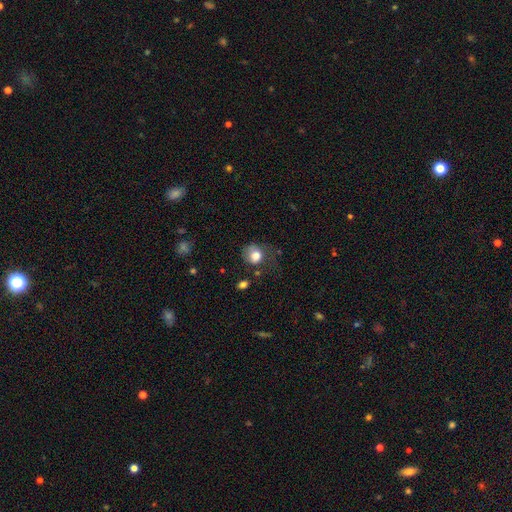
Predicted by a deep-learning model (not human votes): Smooth or featured: smooth — 78% (featured or disk — 13%)
How rounded: round — 68% (in between — 32%)
Merging: none — 38% (major disturbance — 31%)